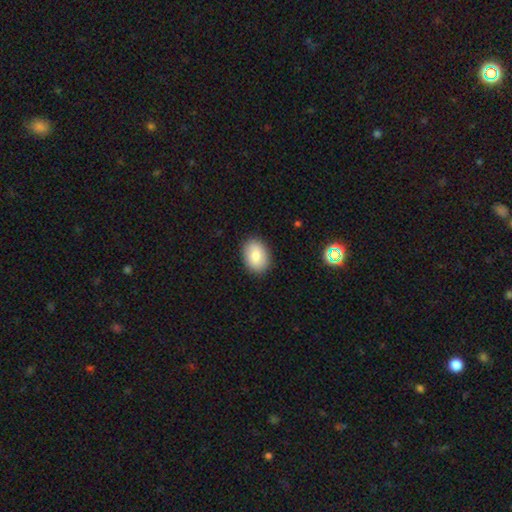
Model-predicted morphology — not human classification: A smooth galaxy with no disk features (83%) that is in between round and cigar-shaped (80%).

Vote fractions:
- Smooth or featured? smooth: 83% / featured or disk: 10% / star or artifact: 7%
- How rounded? in between: 80% / round: 19% / cigar-shaped: 1%
- Merging? none: 89% / minor disturbance: 8% / major disturbance: 2% / merger: 1%